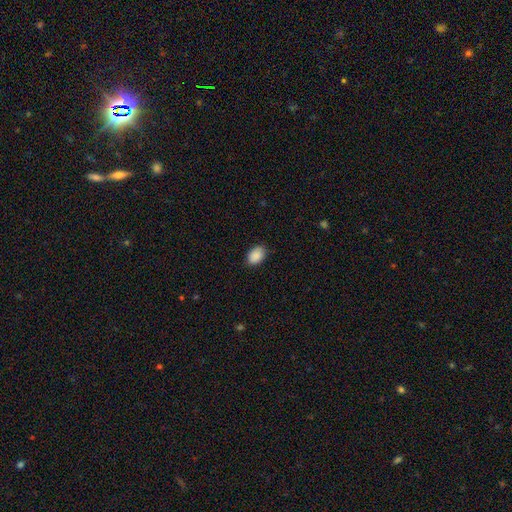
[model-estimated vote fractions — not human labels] smooth-or-featured: smooth: 90% | star or artifact: 7% | featured or disk: 3%
  how-rounded: in between: 84% | round: 15% | cigar-shaped: 1%
  merging: none: 85% | minor disturbance: 12% | major disturbance: 2% | merger: 1%